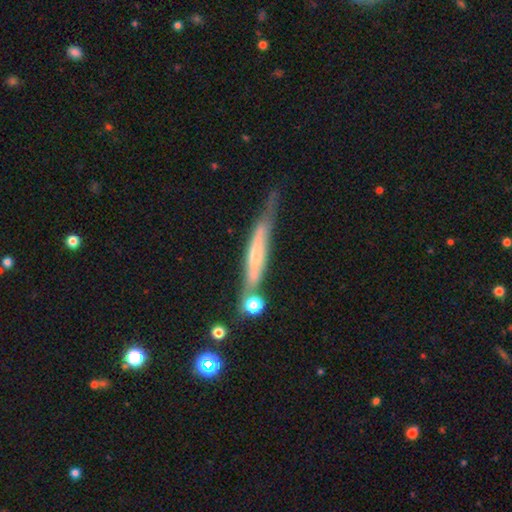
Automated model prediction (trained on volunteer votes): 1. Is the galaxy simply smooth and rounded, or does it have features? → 66% featured or disk, 27% smooth, 7% star or artifact.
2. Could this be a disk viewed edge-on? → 84% yes, 16% no.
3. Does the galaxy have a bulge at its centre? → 49% rounded, 37% none, 14% boxy.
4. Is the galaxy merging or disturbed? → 55% none, 24% minor disturbance, 12% merger, 9% major disturbance.